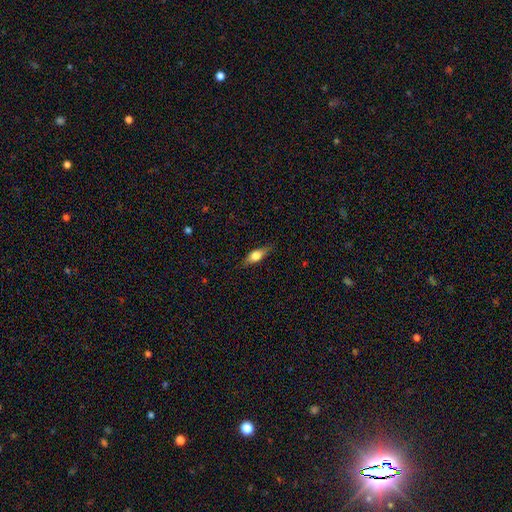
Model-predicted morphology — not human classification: A smooth galaxy with no disk features (58%) that is in between round and cigar-shaped (62%). Merging: none (81%).